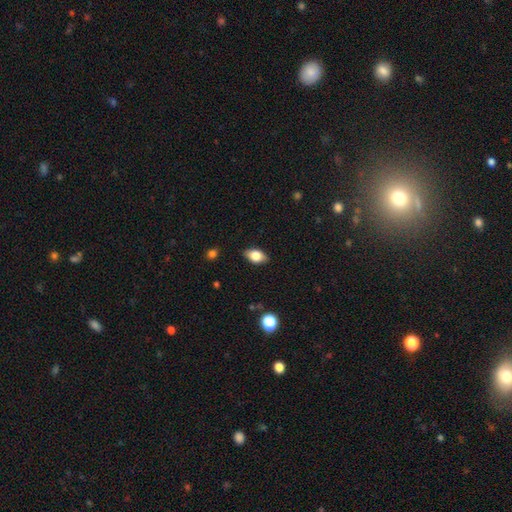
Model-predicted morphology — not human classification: Overall: smooth (77%). How rounded: in between (88%). Merging: none (85%).